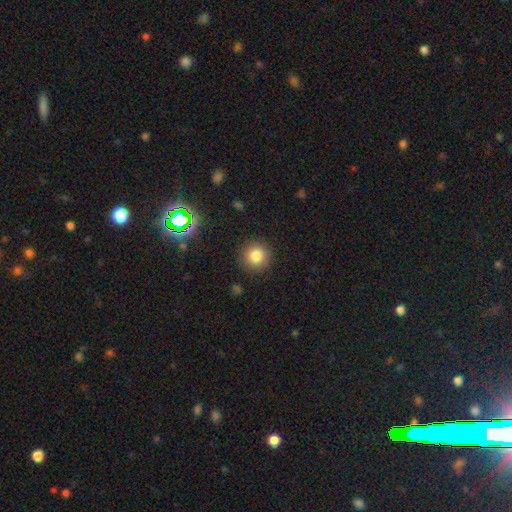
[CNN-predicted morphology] This is clearly a smooth galaxy (82%). How rounded: clearly round (94%). Merging: clearly none (90%).